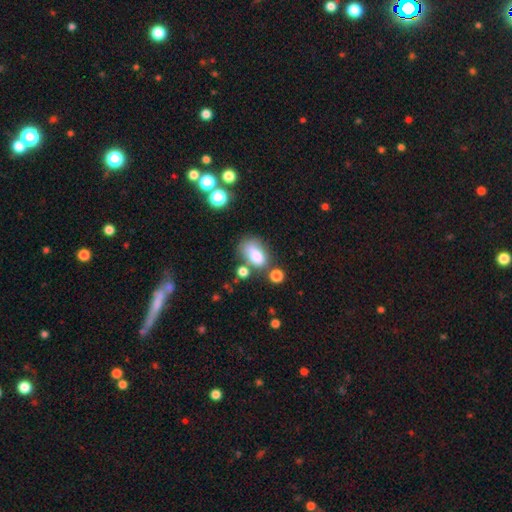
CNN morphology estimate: The model was most divided on "merging": none: 42%, minor disturbance: 24%, merger: 21%, major disturbance: 13%. More confident: how rounded — in between (86%); smooth or featured — smooth (77%).